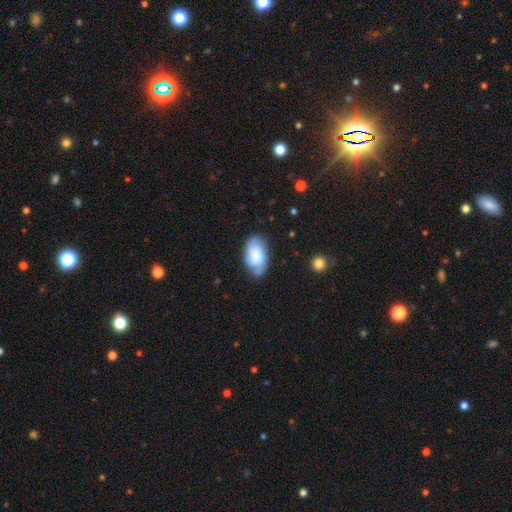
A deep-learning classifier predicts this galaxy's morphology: Q: Smooth or featured?
A: smooth (58%); runner-up: featured or disk (35%)
Q: How rounded?
A: in between (93%); runner-up: round (5%)
Q: Merging?
A: none (67%); runner-up: minor disturbance (25%)